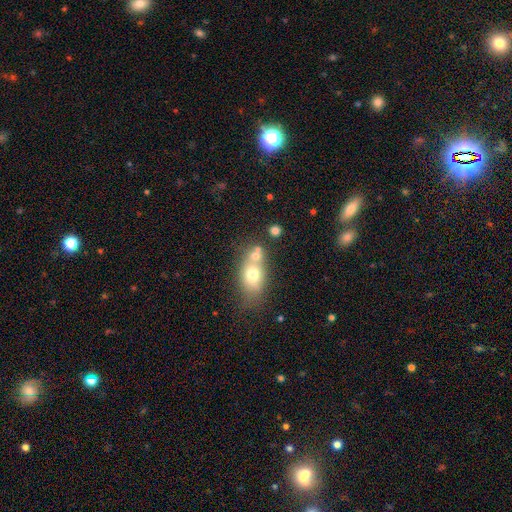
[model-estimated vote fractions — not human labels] Morphology: type=smooth (68%); roundness=in between (57%); merging=merger (47%).